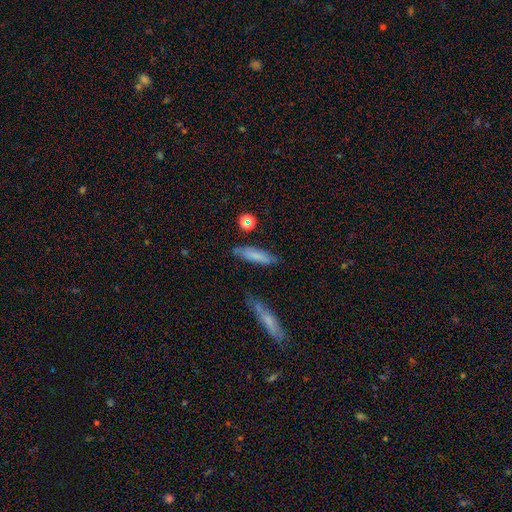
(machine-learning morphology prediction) Smooth or featured? Predicted: smooth (p=0.72). How rounded? Predicted: cigar-shaped (p=0.67). Merging? Predicted: none (p=0.74).